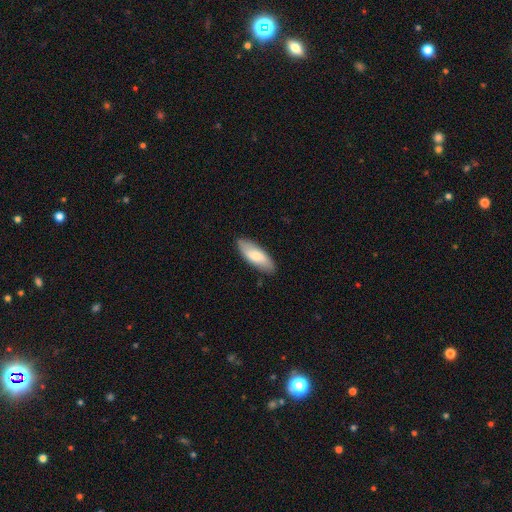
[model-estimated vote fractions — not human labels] Q: Smooth or featured?
A: smooth (74%); runner-up: featured or disk (21%)
Q: How rounded?
A: in between (71%); runner-up: cigar-shaped (27%)
Q: Merging?
A: none (86%); runner-up: minor disturbance (11%)